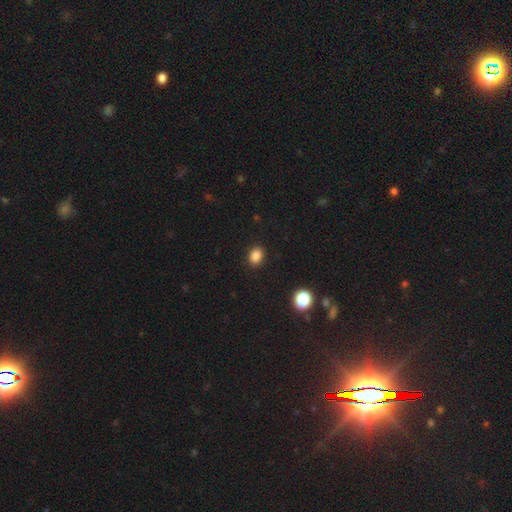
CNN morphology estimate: A smooth galaxy with no disk features (85%) that is in between round and cigar-shaped (62%). Merging: none (90%).